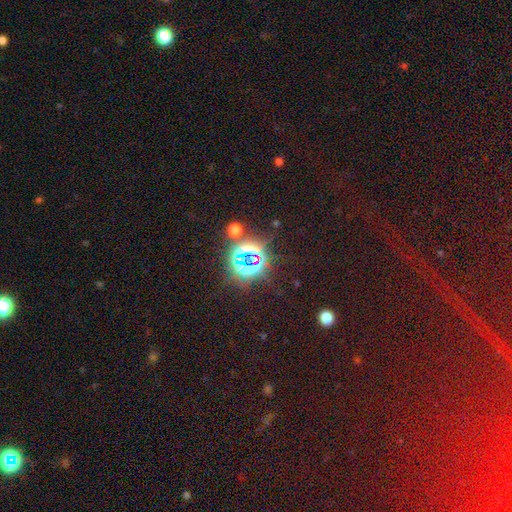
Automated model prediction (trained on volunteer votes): A star or artifact, not a galaxy (73%).

Vote fractions:
- Smooth or featured? star or artifact: 73% / smooth: 20% / featured or disk: 6%